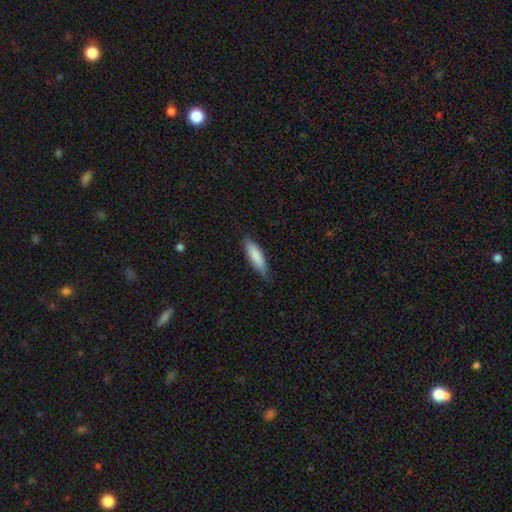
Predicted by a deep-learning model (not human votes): Overall: smooth (83%). How rounded: cigar-shaped (56%; in between 43%). Merging: none (72%).